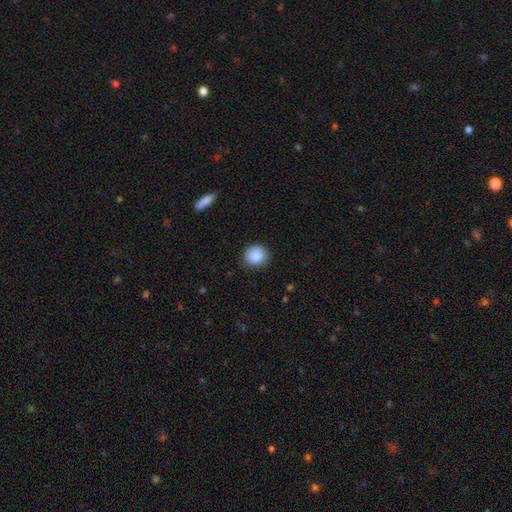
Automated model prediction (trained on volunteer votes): Smooth or featured?
  - smooth: 88% *
  - star or artifact: 8%
  - featured or disk: 4%
How rounded?
  - round: 83% *
  - in between: 16%
  - cigar-shaped: 1%
Merging?
  - none: 86% *
  - minor disturbance: 11%
  - major disturbance: 2%
  - merger: 1%